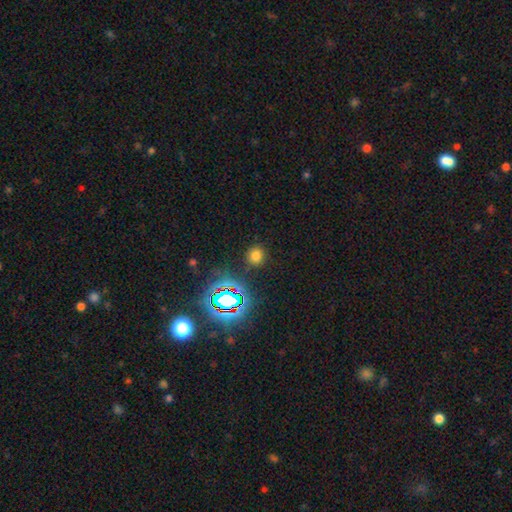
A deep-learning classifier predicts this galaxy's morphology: A smooth galaxy with no disk features (69%) that is round (83%). Merging: none (86%).